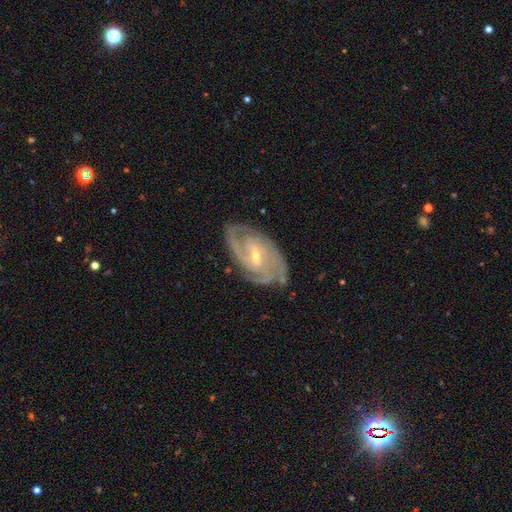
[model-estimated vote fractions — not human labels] Morphology: type=featured or disk (90%); edge-on=no (96%); bar=weak (48%); spiral arms=yes (98%); winding=tight (57%); arm count=2 (46%); bulge=small (69%); merging=none (77%).